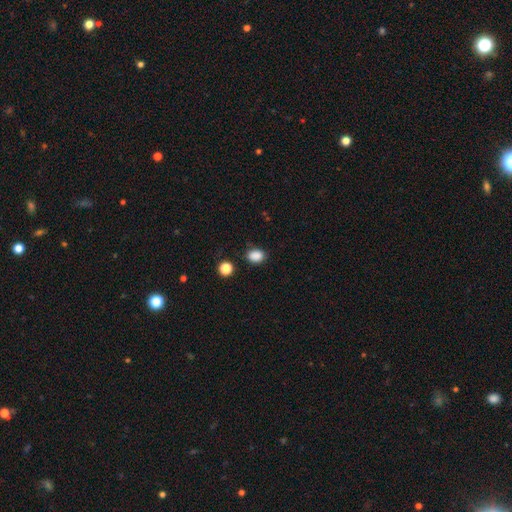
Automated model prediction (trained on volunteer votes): This is clearly a smooth galaxy (86%). How rounded: likely in between (61%). Merging: likely none (78%).